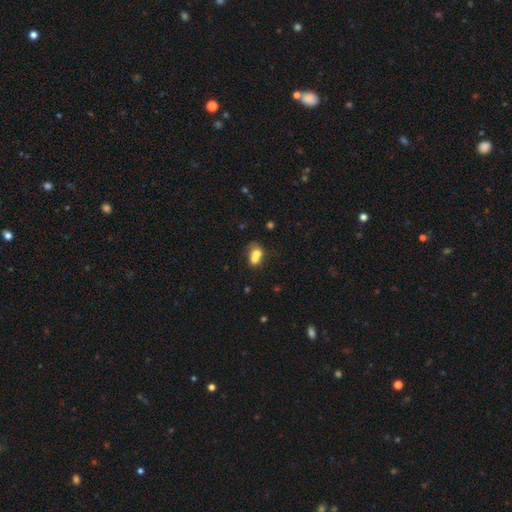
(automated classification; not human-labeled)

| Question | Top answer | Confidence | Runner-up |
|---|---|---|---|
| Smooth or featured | smooth | 69% | featured or disk (21%) |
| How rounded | in between | 52% | round (47%) |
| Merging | merger | 68% | none (21%) |